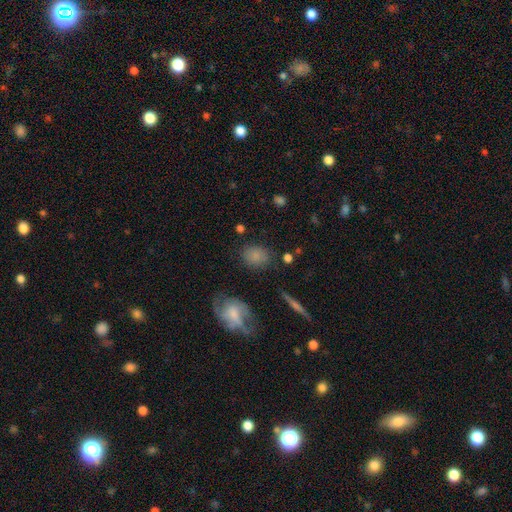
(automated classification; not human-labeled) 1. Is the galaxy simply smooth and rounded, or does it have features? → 78% smooth, 11% featured or disk, 11% star or artifact.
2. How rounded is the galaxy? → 55% in between, 43% round, 2% cigar-shaped.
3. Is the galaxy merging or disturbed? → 78% none, 14% minor disturbance, 5% major disturbance, 3% merger.